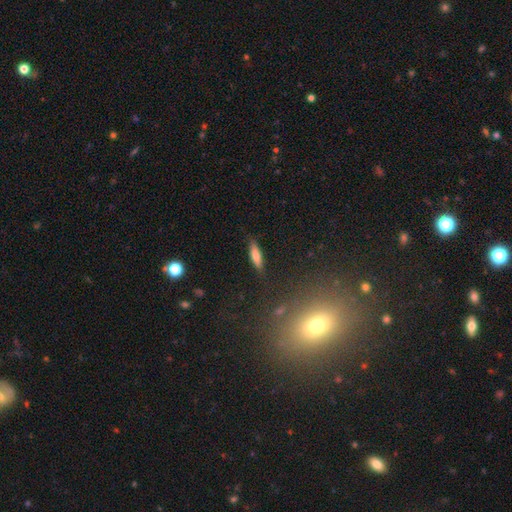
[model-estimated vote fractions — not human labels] Smooth or featured? smooth (69%)
How rounded? cigar-shaped (60%)
Merging? none (85%)